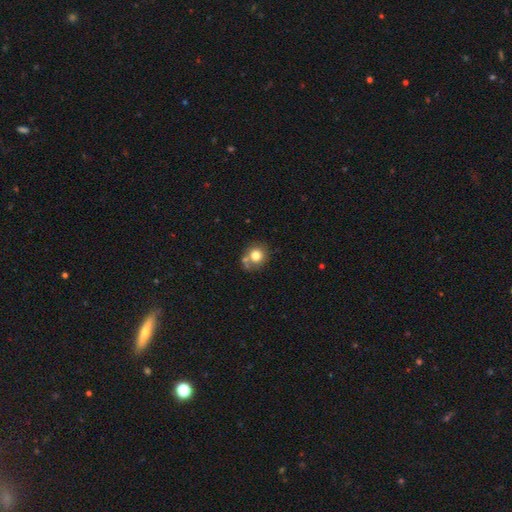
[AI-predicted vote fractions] smooth-or-featured: smooth: 77% | featured or disk: 13% | star or artifact: 10%
  how-rounded: round: 82% | in between: 18% | cigar-shaped: 1%
  merging: none: 56% | merger: 23% | minor disturbance: 15% | major disturbance: 6%